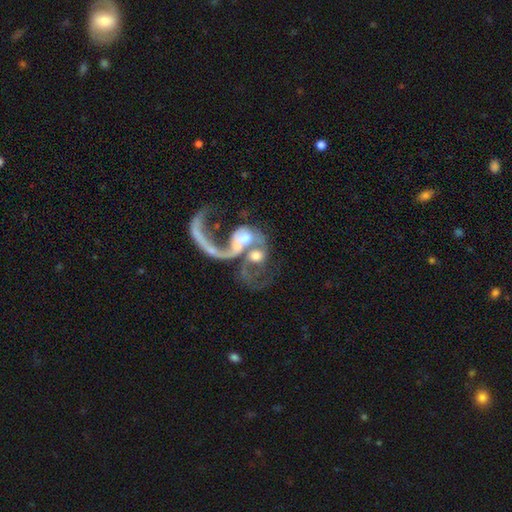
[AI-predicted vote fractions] A featured or disk galaxy (70%) with no bar (70%), spiral arms (65%) and a moderate central bulge (43%).

Vote fractions:
- Smooth or featured? featured or disk: 70% / smooth: 21% / star or artifact: 9%
- Edge-on disk? no: 96% / yes: 4%
- Bar? no: 70% / weak: 21% / strong: 8%
- Spiral arms? yes: 65% / no: 35%
- Bulge size? moderate: 43% / small: 21% / large: 17% / none: 15% / dominant: 4%
- Merging? merger: 71% / major disturbance: 17% / none: 8% / minor disturbance: 4%